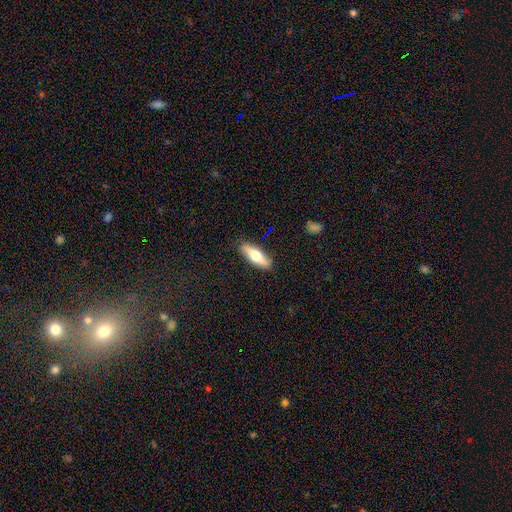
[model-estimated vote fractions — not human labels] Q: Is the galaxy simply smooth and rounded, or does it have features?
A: smooth — 57%.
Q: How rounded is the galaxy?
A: in between — 51%.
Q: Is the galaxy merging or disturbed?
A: none — 87%.